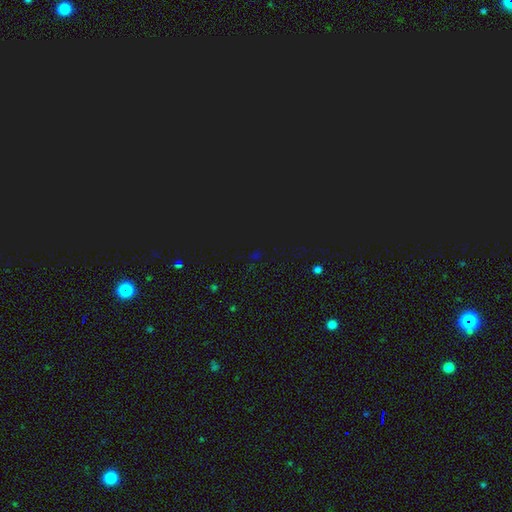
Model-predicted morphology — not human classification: This appears to be a star or artifact, not a galaxy (71%).